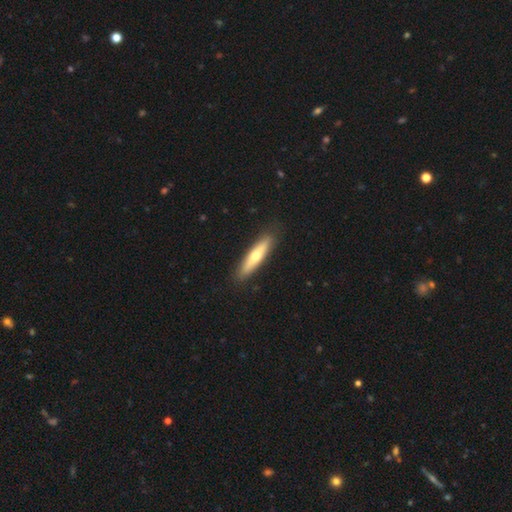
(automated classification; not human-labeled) This is possibly a smooth galaxy (54%). How rounded: clearly cigar-shaped (83%). Merging: clearly none (89%).